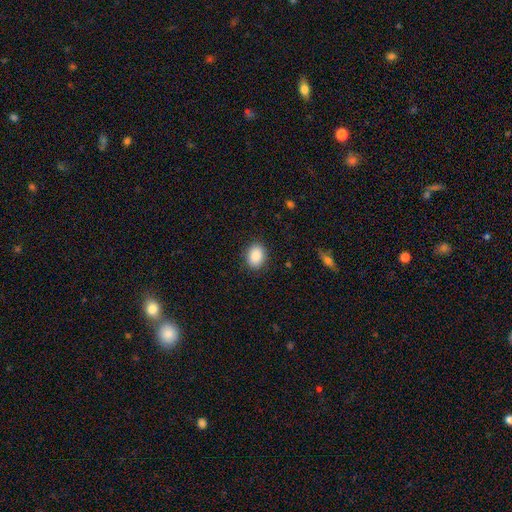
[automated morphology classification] smooth-or-featured: smooth: 89% | star or artifact: 8% | featured or disk: 4%
  how-rounded: in between: 66% | round: 33% | cigar-shaped: 1%
  merging: none: 87% | minor disturbance: 9% | major disturbance: 3% | merger: 1%